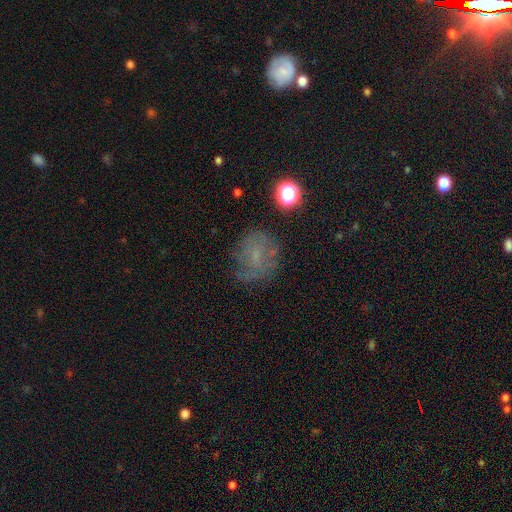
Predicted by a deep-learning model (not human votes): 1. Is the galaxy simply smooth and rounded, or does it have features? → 45% smooth, 33% featured or disk, 22% star or artifact.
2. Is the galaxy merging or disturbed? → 65% none, 20% minor disturbance, 12% major disturbance, 3% merger.